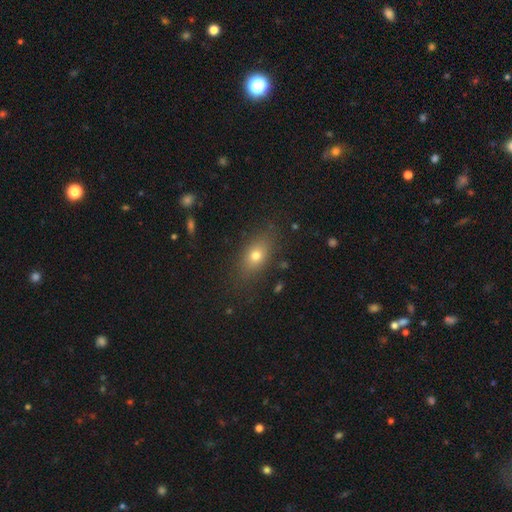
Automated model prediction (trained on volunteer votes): Smooth or featured? smooth (72%)
How rounded? in between (75%)
Merging? none (83%)